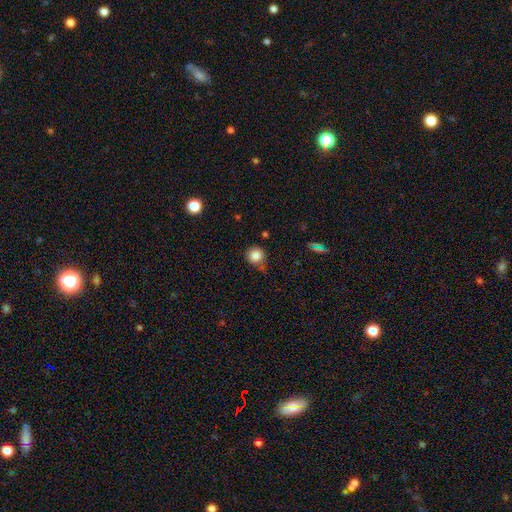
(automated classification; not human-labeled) This appears to be a smooth galaxy with no disk features (85%) that is round (92%). Merging: none (67%).